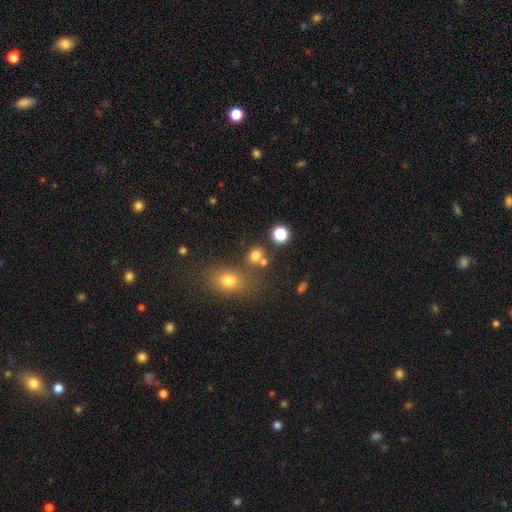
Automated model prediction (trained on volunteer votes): A smooth galaxy with no disk features (75%) that is round (68%). Merging: none (59%).